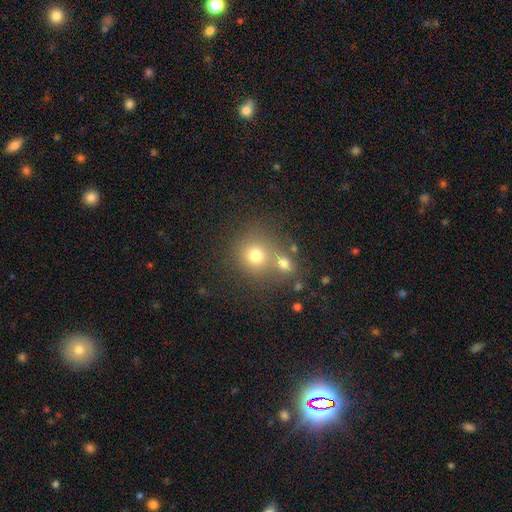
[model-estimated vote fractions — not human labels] Q: Smooth or featured?
A: smooth (73%); runner-up: star or artifact (16%)
Q: How rounded?
A: round (86%); runner-up: in between (13%)
Q: Merging?
A: none (52%); runner-up: merger (34%)